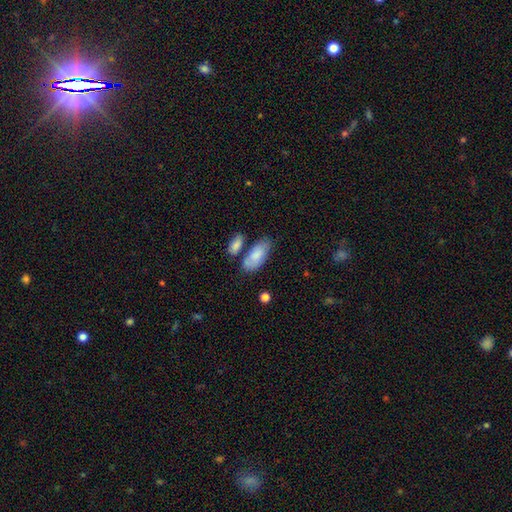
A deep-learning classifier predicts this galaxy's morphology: This is clearly a smooth galaxy (82%). How rounded: clearly in between (90%). Merging: possibly none (57%).